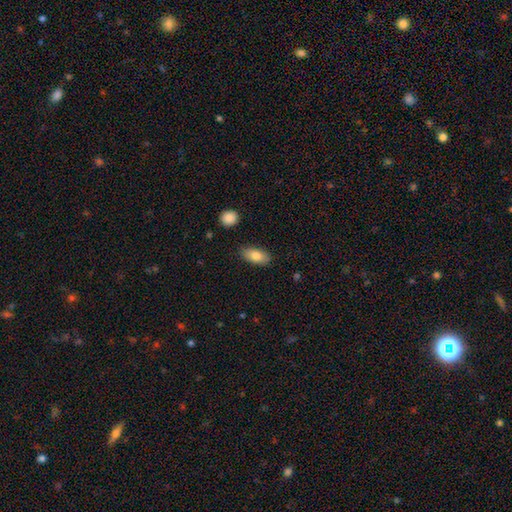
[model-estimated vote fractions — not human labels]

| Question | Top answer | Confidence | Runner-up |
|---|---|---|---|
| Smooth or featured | smooth | 82% | featured or disk (12%) |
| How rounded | in between | 89% | cigar-shaped (8%) |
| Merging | none | 85% | minor disturbance (11%) |